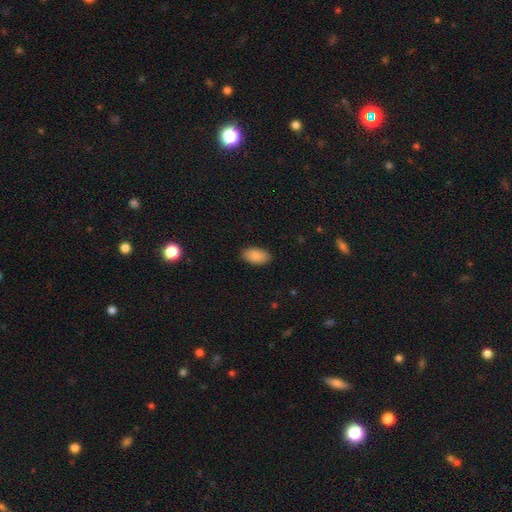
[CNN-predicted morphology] This is clearly a smooth galaxy (88%). How rounded: clearly in between (95%). Merging: clearly none (88%).